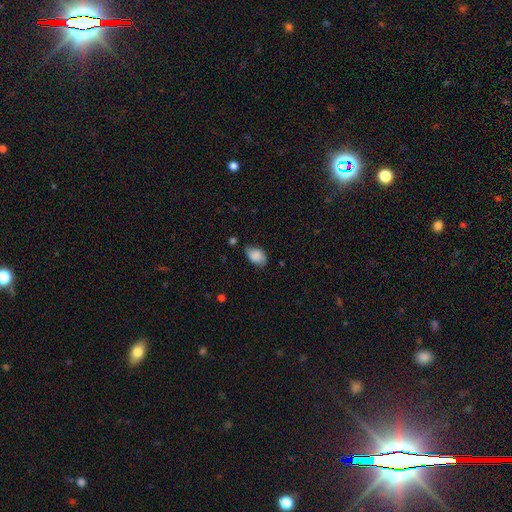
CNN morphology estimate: This is clearly a smooth galaxy (84%). How rounded: clearly in between (86%). Merging: possibly none (60%).